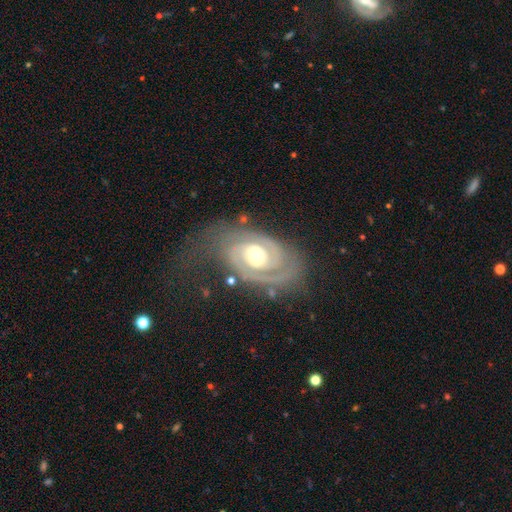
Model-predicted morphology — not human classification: This is clearly a featured or disk galaxy (87%). It is clearly not viewed edge-on (96%). Bar: likely no (66%). Spiral arm pattern: clearly yes (94%). Spiral arm count: likely 2 (70%). Spiral winding: likely tight (62%). Central bulge: likely moderate (70%). Merging: likely none (66%).